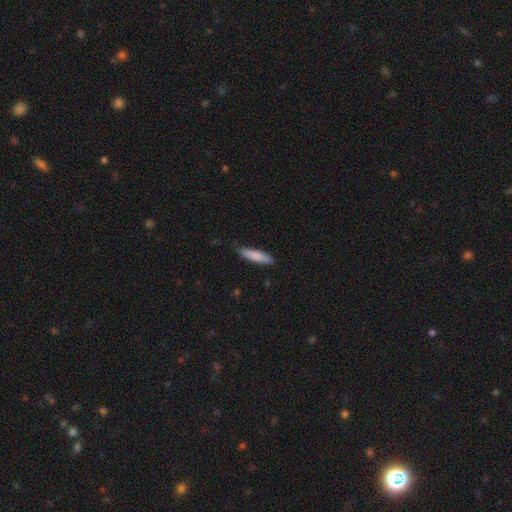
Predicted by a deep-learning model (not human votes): This is clearly a smooth galaxy (84%). How rounded: likely cigar-shaped (77%). Merging: clearly none (81%).